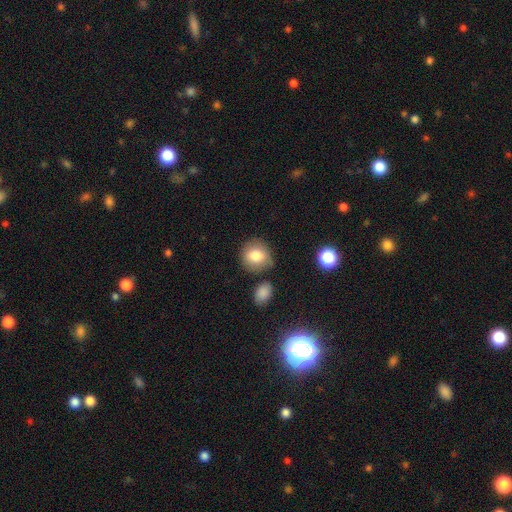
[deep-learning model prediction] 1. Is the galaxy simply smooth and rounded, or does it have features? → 81% smooth, 11% featured or disk, 9% star or artifact.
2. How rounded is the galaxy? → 82% round, 17% in between, 1% cigar-shaped.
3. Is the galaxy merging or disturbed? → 73% none, 16% minor disturbance, 7% merger, 4% major disturbance.